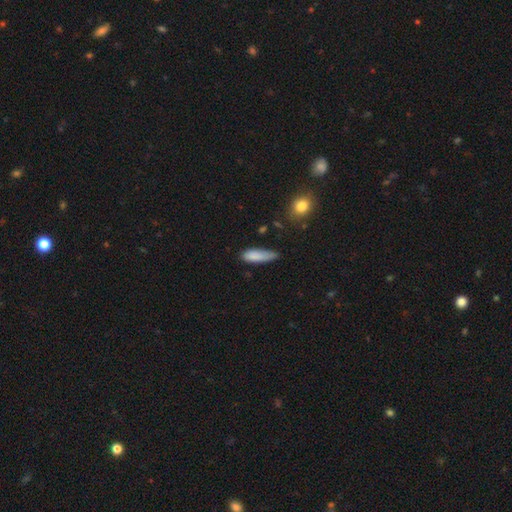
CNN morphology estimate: type=smooth (85%); roundness=cigar-shaped (53%); merging=none (49%).